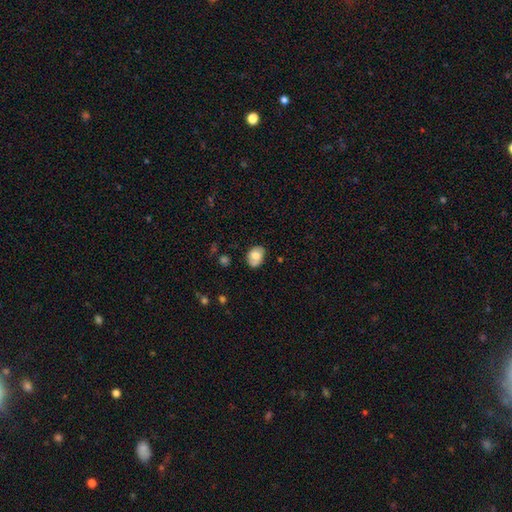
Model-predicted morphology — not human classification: smooth_or_featured: smooth (p=0.67) [alt: featured or disk p=0.25]
how_rounded: in between (p=0.69) [alt: round p=0.30]
merging: none (p=0.68) [alt: minor disturbance p=0.22]